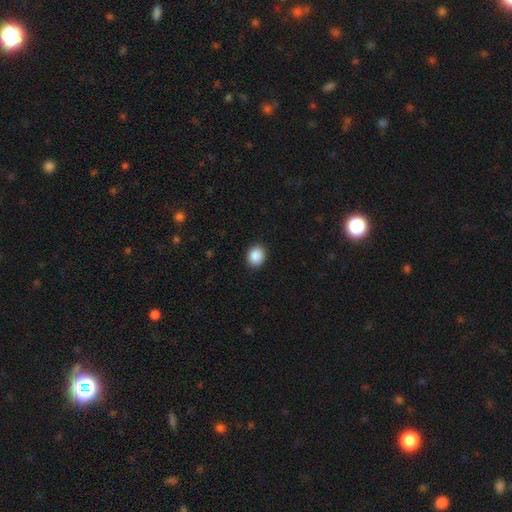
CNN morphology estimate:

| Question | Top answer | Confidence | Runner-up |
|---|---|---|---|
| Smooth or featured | smooth | 89% | star or artifact (8%) |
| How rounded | round | 61% | in between (38%) |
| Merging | none | 91% | minor disturbance (6%) |